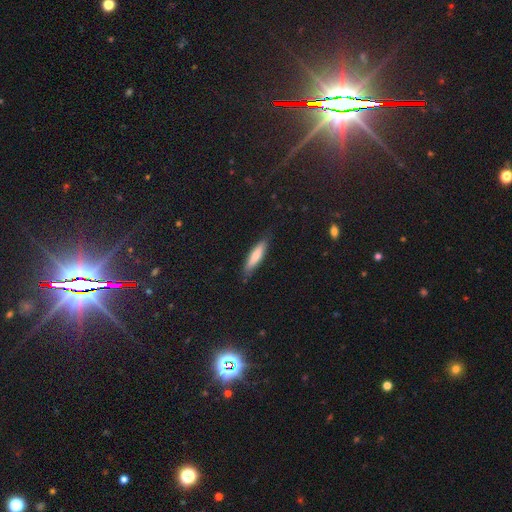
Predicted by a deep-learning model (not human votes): This is likely a smooth galaxy (78%). How rounded: likely cigar-shaped (75%). Merging: clearly none (82%).